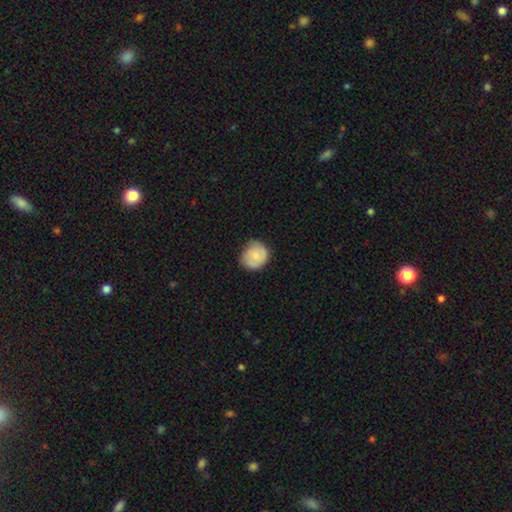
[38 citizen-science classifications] This is likely a smooth galaxy (66%). How rounded: clearly round (92%). Merging: likely none (60%).